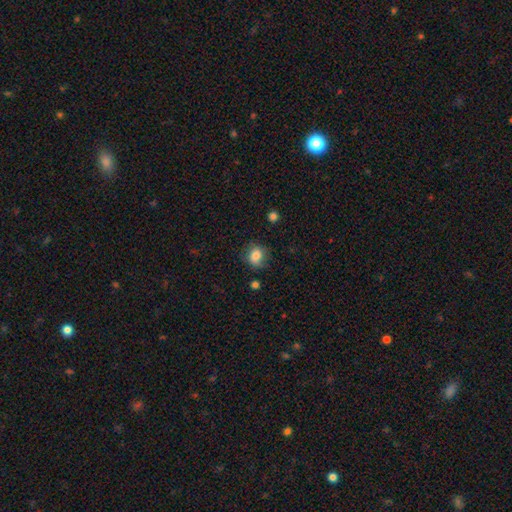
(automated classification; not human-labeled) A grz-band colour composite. It shows a smooth galaxy with no disk features (80%) that is round (63%). Merging: none (74%).